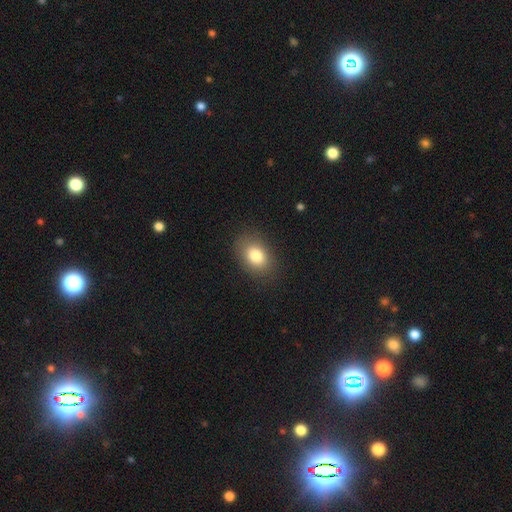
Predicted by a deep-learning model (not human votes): The model was most divided on "how rounded": in between: 74%, round: 25%, cigar-shaped: 1%. More confident: merging — none (85%); smooth or featured — smooth (82%).